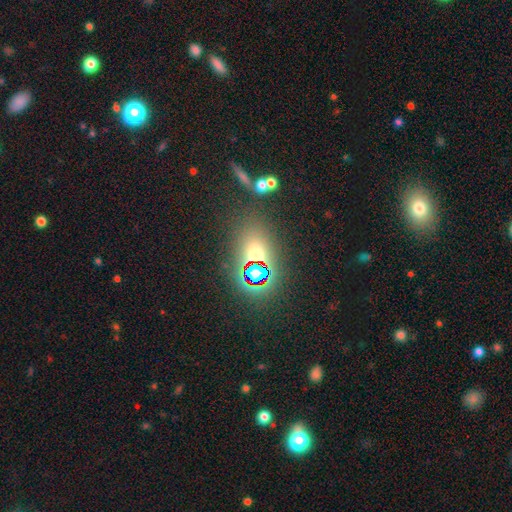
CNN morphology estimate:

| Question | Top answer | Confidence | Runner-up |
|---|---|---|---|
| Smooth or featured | star or artifact | 45% | tied: smooth (45%) |